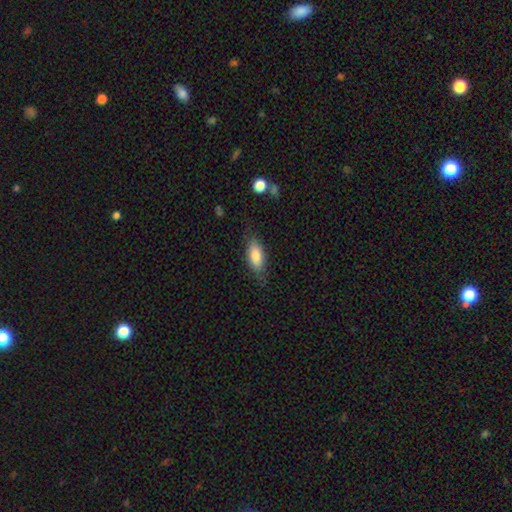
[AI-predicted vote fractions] Morphology: type=smooth (80%); roundness=in between (80%); merging=none (73%).